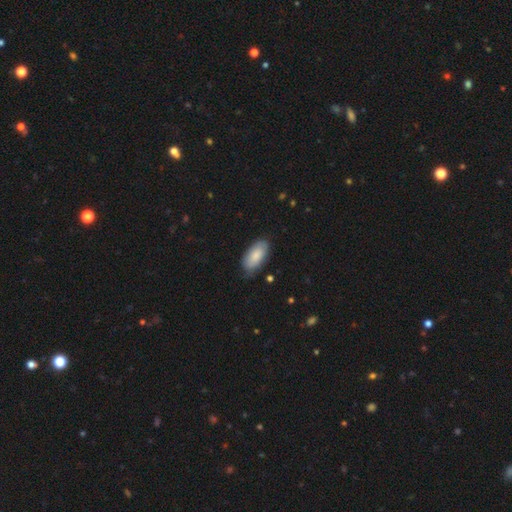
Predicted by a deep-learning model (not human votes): This is clearly a smooth galaxy (84%). How rounded: clearly in between (92%). Merging: likely none (77%).